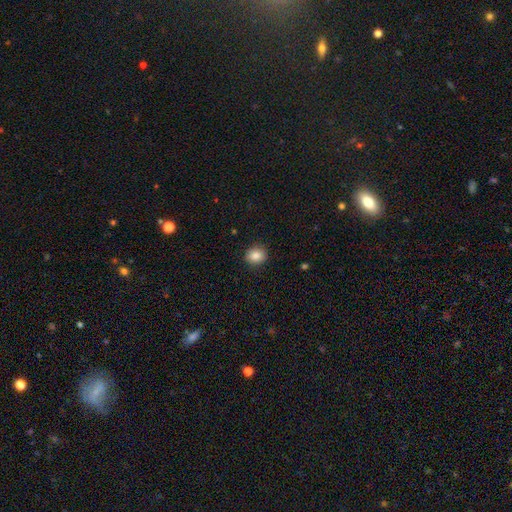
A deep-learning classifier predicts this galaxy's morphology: smooth-or-featured: smooth: 86% | star or artifact: 9% | featured or disk: 5%
  how-rounded: round: 72% | in between: 27% | cigar-shaped: 1%
  merging: none: 90% | minor disturbance: 7% | major disturbance: 2% | merger: 1%